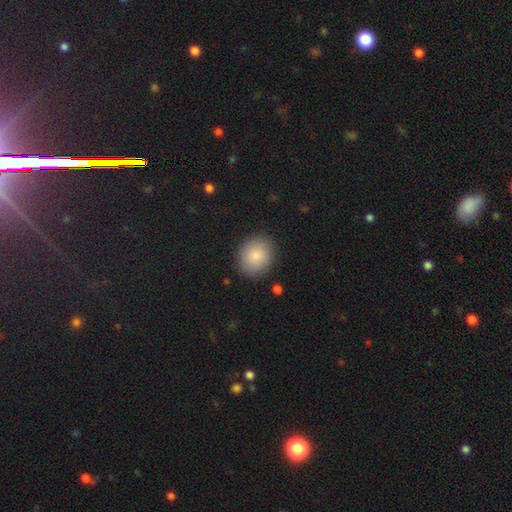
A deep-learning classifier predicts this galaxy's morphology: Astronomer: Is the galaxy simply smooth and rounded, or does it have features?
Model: smooth — 86%.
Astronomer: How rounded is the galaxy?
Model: round — 62% (runner-up: in between, 37%).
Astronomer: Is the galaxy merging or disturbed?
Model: none — 87%.